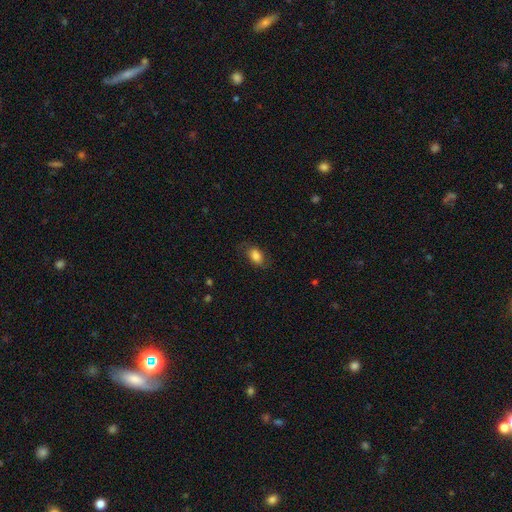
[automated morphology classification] Q: Smooth or featured?
A: smooth (80%); runner-up: featured or disk (12%)
Q: How rounded?
A: in between (85%); runner-up: round (13%)
Q: Merging?
A: none (73%); runner-up: minor disturbance (19%)